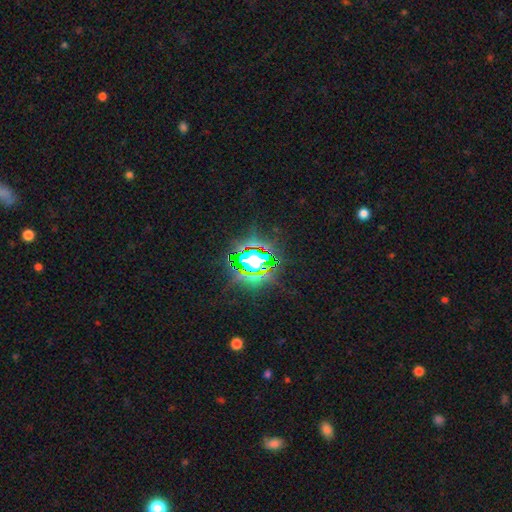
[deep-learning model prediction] Smooth or featured?
  - star or artifact: 80% *
  - smooth: 11%
  - featured or disk: 10%